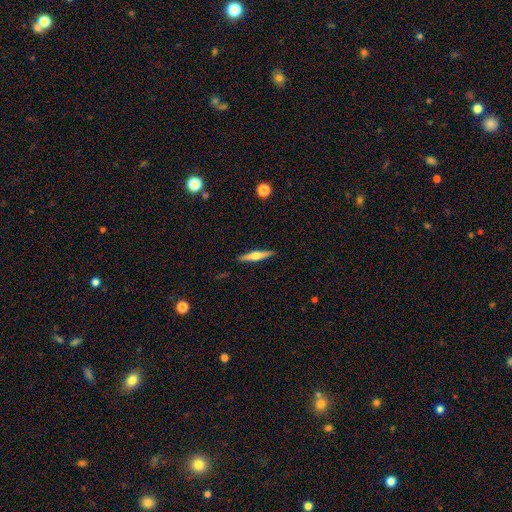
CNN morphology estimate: The model was most divided on "smooth or featured": featured or disk: 56%, smooth: 38%, star or artifact: 6%. More confident: edge-on disk — yes (96%); merging — none (90%); edge-on bulge — rounded (88%).